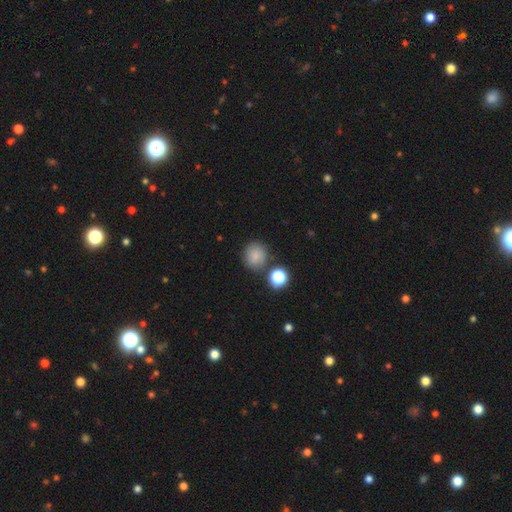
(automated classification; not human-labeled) Q: Smooth or featured?
A: smooth (82%); runner-up: star or artifact (12%)
Q: How rounded?
A: round (84%); runner-up: in between (15%)
Q: Merging?
A: none (77%); runner-up: minor disturbance (12%)